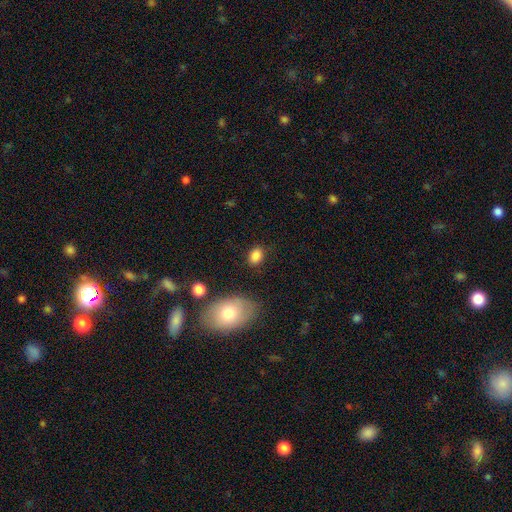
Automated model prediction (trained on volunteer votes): Q: Smooth or featured?
A: smooth (86%); runner-up: star or artifact (9%)
Q: How rounded?
A: in between (76%); runner-up: round (23%)
Q: Merging?
A: none (81%); runner-up: minor disturbance (12%)